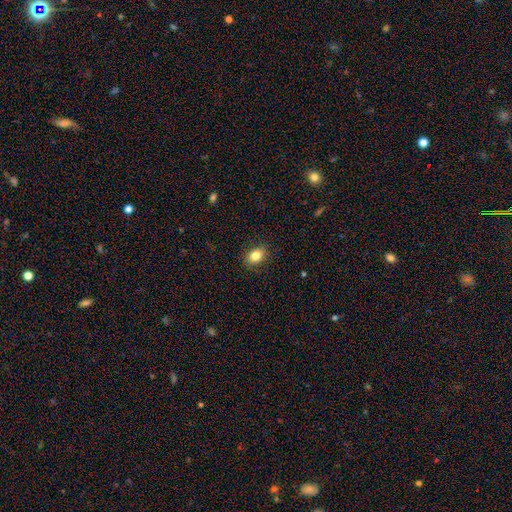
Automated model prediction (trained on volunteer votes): Smooth or featured? Predicted: smooth (p=0.83). How rounded? Predicted: in between (p=0.75). Merging? Predicted: none (p=0.88).